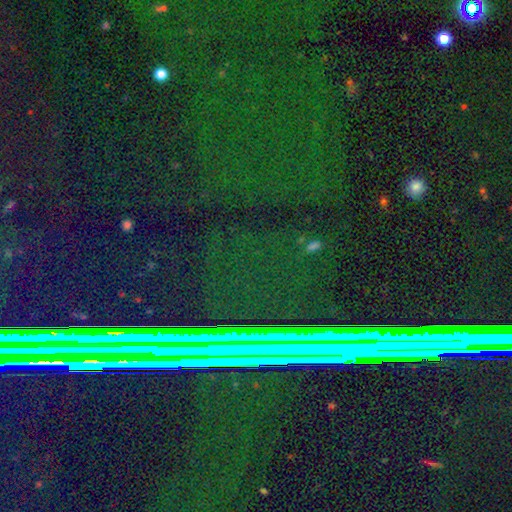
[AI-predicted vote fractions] Overall: star or artifact (85%).